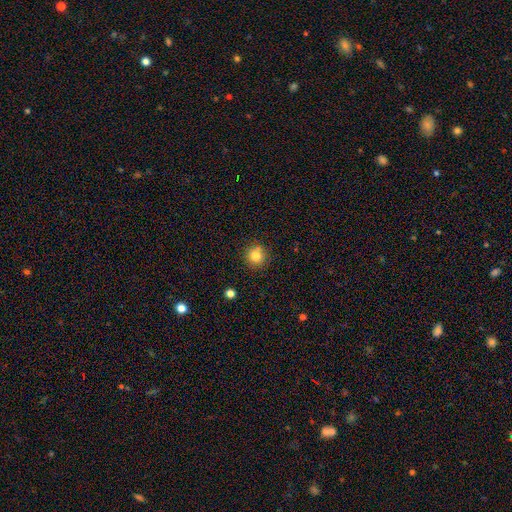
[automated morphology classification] Smooth or featured?
  - smooth: 81% *
  - star or artifact: 12%
  - featured or disk: 7%
How rounded?
  - round: 92% *
  - in between: 7%
  - cigar-shaped: 1%
Merging?
  - none: 83% *
  - minor disturbance: 11%
  - merger: 4%
  - major disturbance: 3%